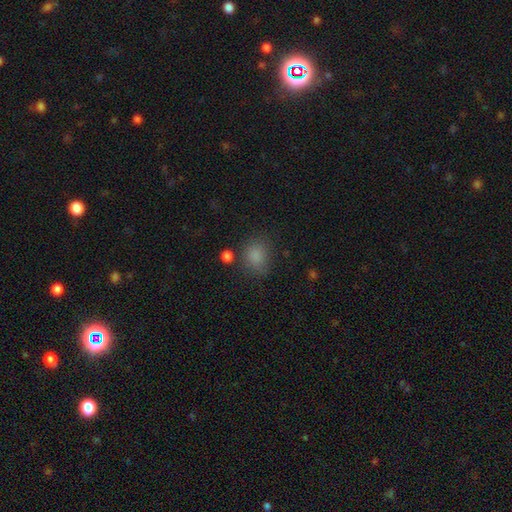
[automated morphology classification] Q: Smooth or featured?
A: smooth (82%); runner-up: star or artifact (13%)
Q: How rounded?
A: round (51%); runner-up: in between (48%)
Q: Merging?
A: none (71%); runner-up: minor disturbance (18%)